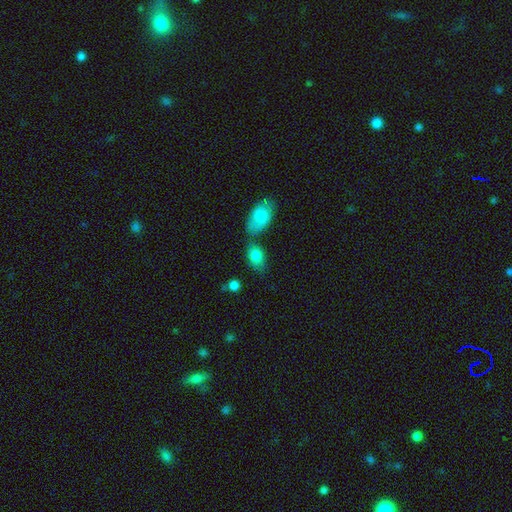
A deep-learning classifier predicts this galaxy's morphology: A smooth galaxy with no disk features (82%) that is in between round and cigar-shaped (85%).

Vote fractions:
- Smooth or featured? smooth: 82% / featured or disk: 10% / star or artifact: 7%
- How rounded? in between: 85% / round: 12% / cigar-shaped: 3%
- Merging? none: 55% / merger: 24% / minor disturbance: 16% / major disturbance: 5%